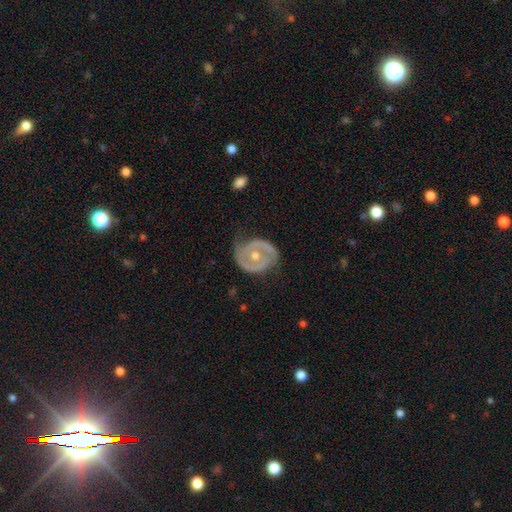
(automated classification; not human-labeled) Smooth or featured? featured or disk (80%)
Edge-on disk? no (97%)
Bar? no (66%)
Spiral arms? yes (77%)
Spiral winding? tight (48%)
Spiral arm count? 2 (73%)
Bulge size? moderate (71%)
Merging? none (64%)